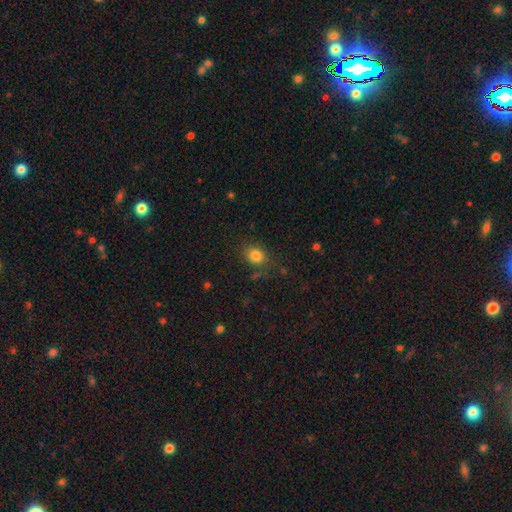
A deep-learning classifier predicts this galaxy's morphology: This is clearly a smooth galaxy (82%). How rounded: likely round (62%). Merging: likely none (79%).